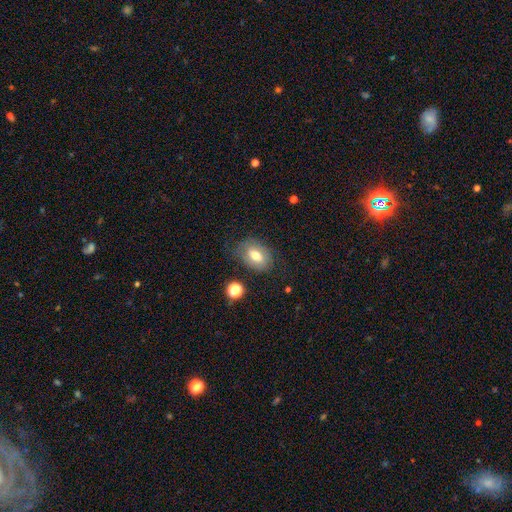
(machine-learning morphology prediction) Smooth or featured? smooth (61%)
How rounded? in between (82%)
Merging? none (69%)